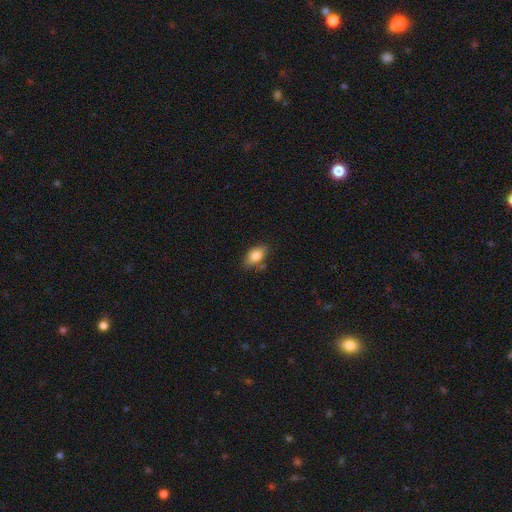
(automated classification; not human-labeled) This appears to be a smooth galaxy with no disk features (81%) that is in between round and cigar-shaped (87%). Merging: none (72%).